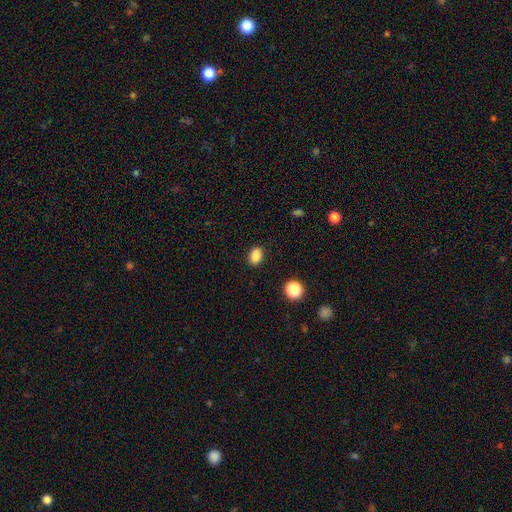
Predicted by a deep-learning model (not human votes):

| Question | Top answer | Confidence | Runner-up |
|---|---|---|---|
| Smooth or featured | smooth | 87% | star or artifact (10%) |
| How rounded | in between | 77% | round (21%) |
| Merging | none | 88% | minor disturbance (8%) |